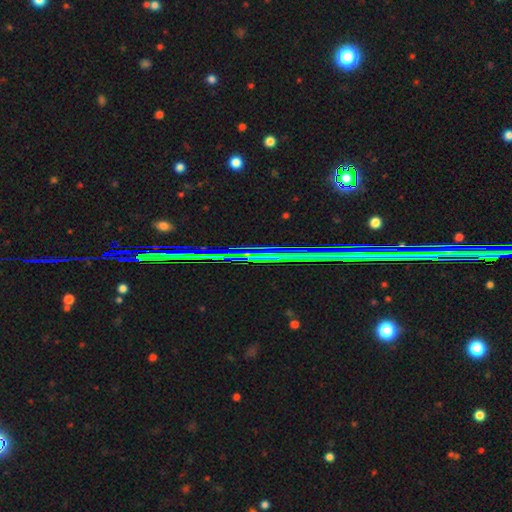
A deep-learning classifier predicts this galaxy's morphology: This appears to be a star or artifact, not a galaxy (82%).